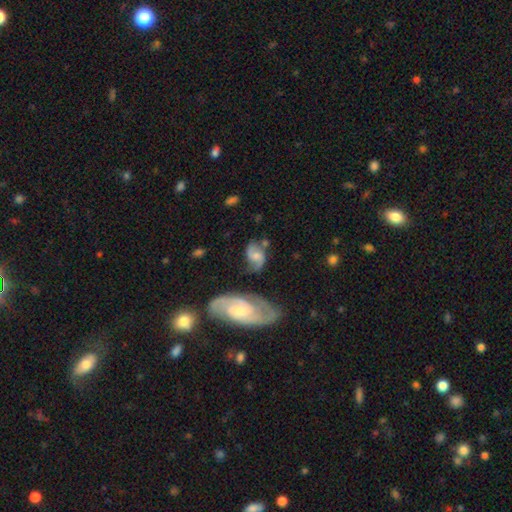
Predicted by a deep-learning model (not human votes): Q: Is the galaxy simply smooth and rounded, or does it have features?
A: featured or disk — 70%.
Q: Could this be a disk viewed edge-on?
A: no — 97%.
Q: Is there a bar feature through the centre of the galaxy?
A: no — 50%.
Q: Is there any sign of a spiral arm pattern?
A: yes — 92%.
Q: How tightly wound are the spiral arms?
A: medium — 46%.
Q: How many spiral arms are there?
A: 2 — 86%.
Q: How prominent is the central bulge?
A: small — 44%.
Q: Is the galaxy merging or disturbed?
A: none — 53%.